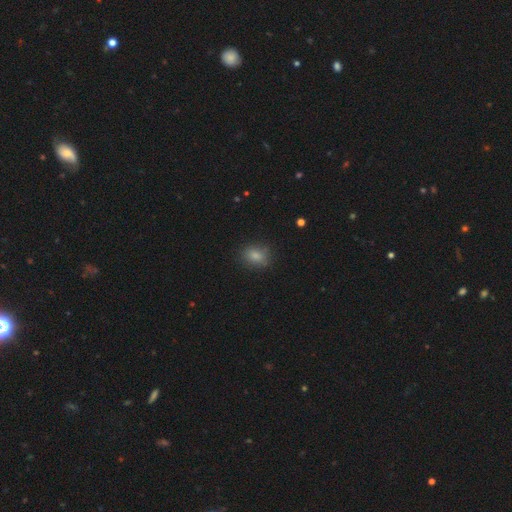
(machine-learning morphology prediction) Smooth or featured?
  - smooth: 83% *
  - star or artifact: 10%
  - featured or disk: 7%
How rounded?
  - in between: 64% *
  - round: 35%
  - cigar-shaped: 2%
Merging?
  - none: 80% *
  - minor disturbance: 15%
  - major disturbance: 4%
  - merger: 2%